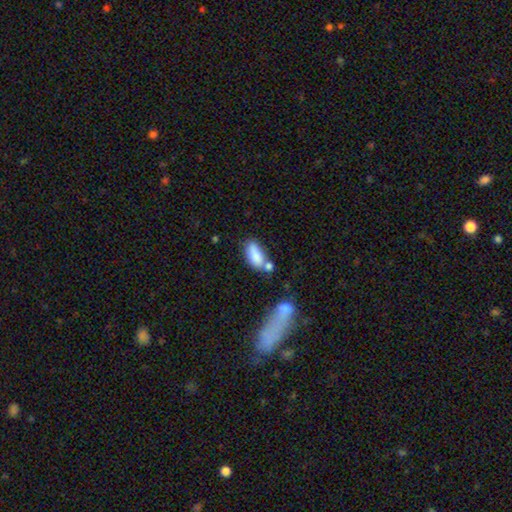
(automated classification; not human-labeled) Morphology: type=smooth (82%); roundness=in between (86%); merging=none (40%).